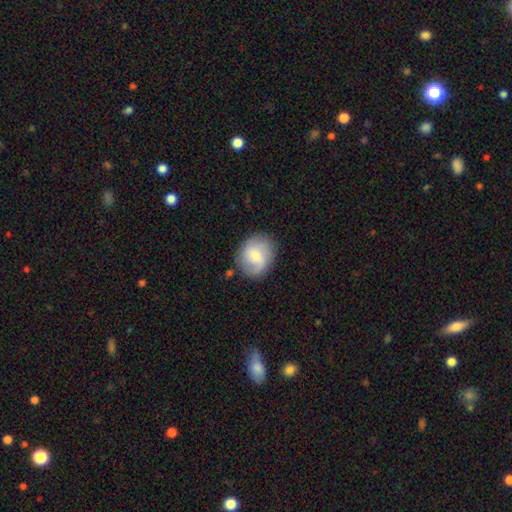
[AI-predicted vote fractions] smooth 58%, featured or disk 35%, star or artifact 7%. Down the decision tree: how rounded — round (71%); merging — none (76%).